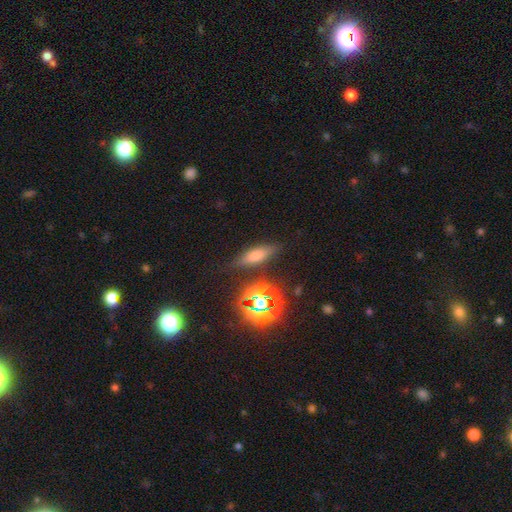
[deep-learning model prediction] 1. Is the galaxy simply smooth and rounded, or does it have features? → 54% smooth, 25% featured or disk, 21% star or artifact.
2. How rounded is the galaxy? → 50% in between, 45% cigar-shaped, 6% round.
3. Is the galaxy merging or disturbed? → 81% none, 12% minor disturbance, 4% major disturbance, 3% merger.